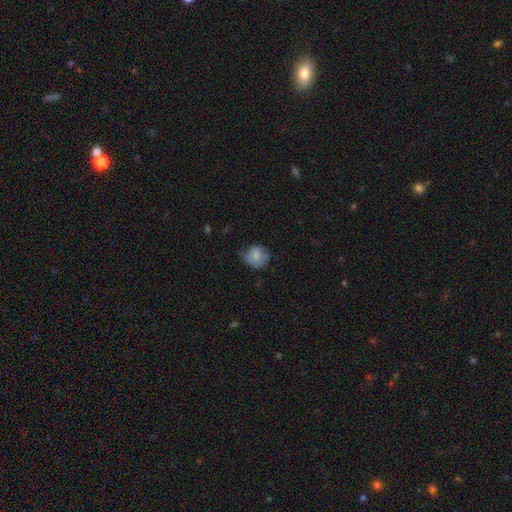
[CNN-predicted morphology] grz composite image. It shows a smooth galaxy with no disk features (73%) that is round (72%). Merging: none (49%).